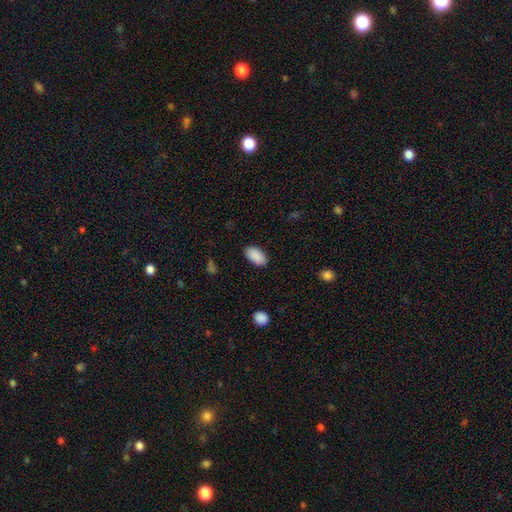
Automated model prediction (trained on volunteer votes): A smooth galaxy with no disk features (90%) that is in between round and cigar-shaped (95%). Merging: none (87%).